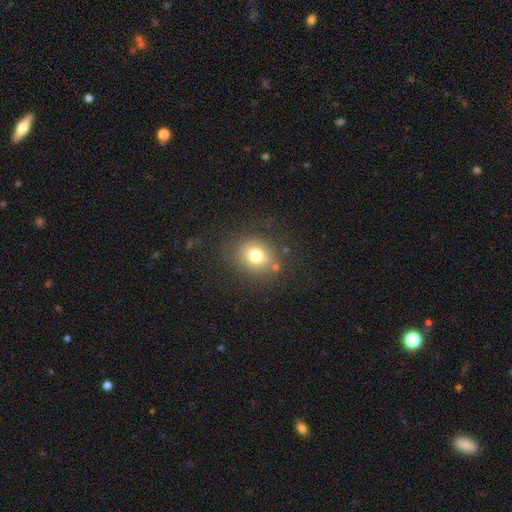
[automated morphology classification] A smooth galaxy with no disk features (73%) that is round (60%). Merging: none (75%).